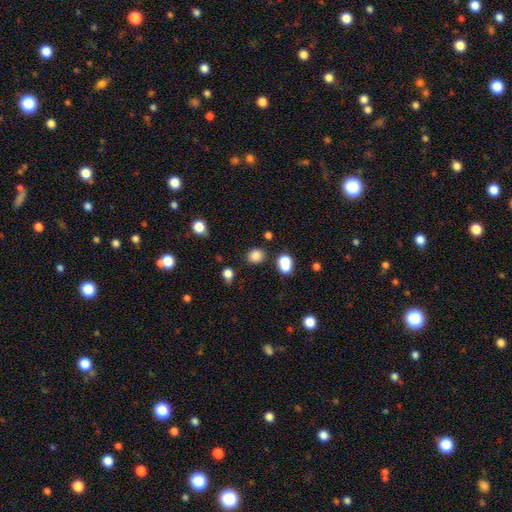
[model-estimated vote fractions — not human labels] Smooth or featured: smooth — 83% (star or artifact — 13%)
How rounded: round — 71% (in between — 28%)
Merging: none — 80% (minor disturbance — 11%)